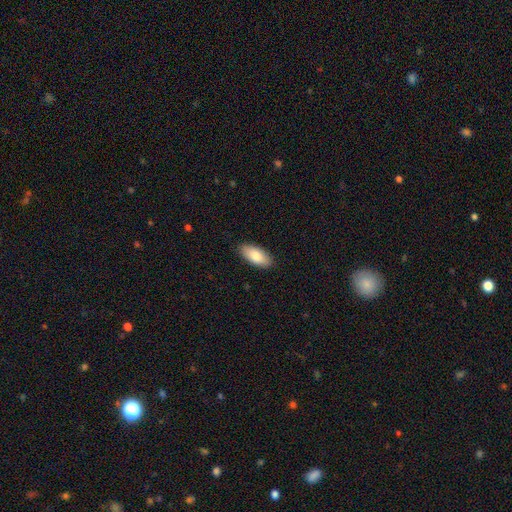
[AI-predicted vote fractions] Overall: smooth (82%). How rounded: in between (90%). Merging: none (87%).